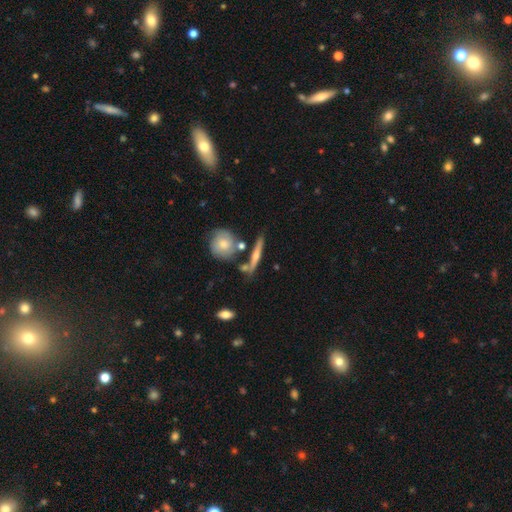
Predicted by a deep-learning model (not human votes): A featured or disk galaxy (55%) viewed edge-on (91%) with a rounded central bulge (76%).

Vote fractions:
- Smooth or featured? featured or disk: 55% / smooth: 38% / star or artifact: 7%
- Edge-on disk? yes: 91% / no: 9%
- Edge-on bulge? rounded: 76% / none: 18% / boxy: 6%
- Merging? none: 71% / minor disturbance: 13% / merger: 12% / major disturbance: 4%